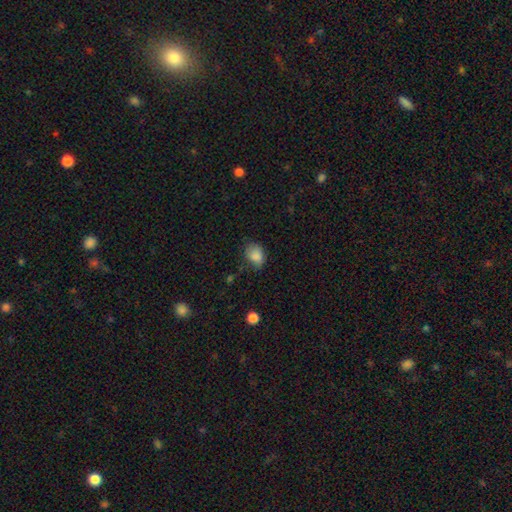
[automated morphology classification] smooth-or-featured: smooth: 85% | star or artifact: 9% | featured or disk: 6%
  how-rounded: in between: 63% | round: 36% | cigar-shaped: 1%
  merging: none: 60% | minor disturbance: 30% | major disturbance: 8% | merger: 2%